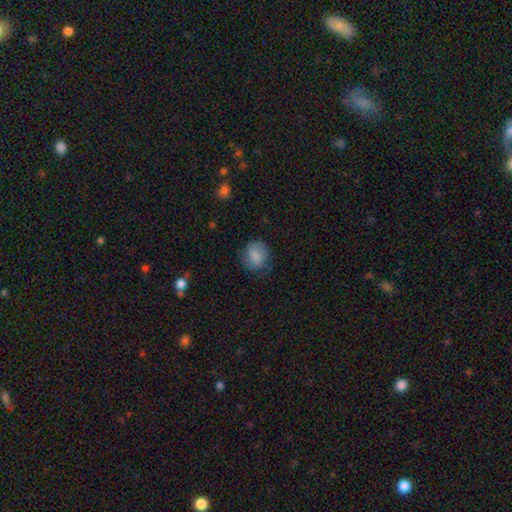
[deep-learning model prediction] Smooth or featured? smooth (82%)
How rounded? round (67%)
Merging? none (68%)